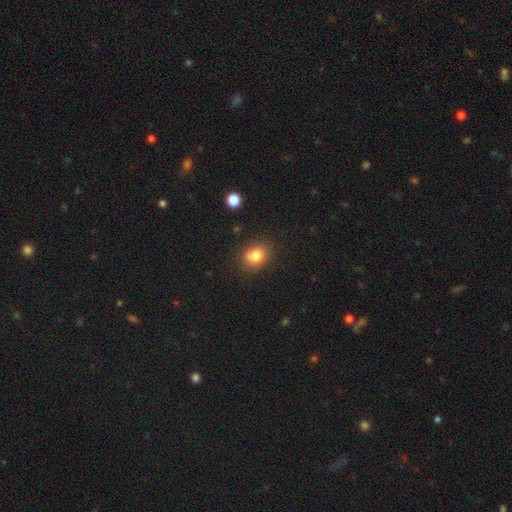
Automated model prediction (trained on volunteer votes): Q: Smooth or featured?
A: smooth (80%); runner-up: star or artifact (11%)
Q: How rounded?
A: in between (50%); runner-up: round (49%)
Q: Merging?
A: none (76%); runner-up: minor disturbance (14%)